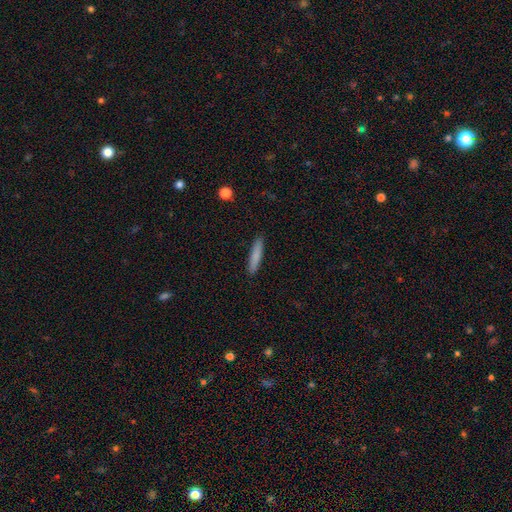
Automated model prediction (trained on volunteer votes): Smooth or featured: smooth — 83% (featured or disk — 11%)
How rounded: cigar-shaped — 88% (in between — 10%)
Merging: none — 90% (minor disturbance — 7%)